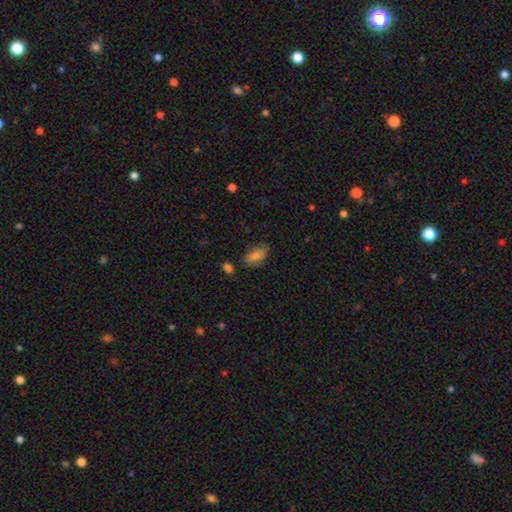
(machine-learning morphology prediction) This is likely a smooth galaxy (76%). How rounded: clearly in between (90%). Merging: likely none (72%).